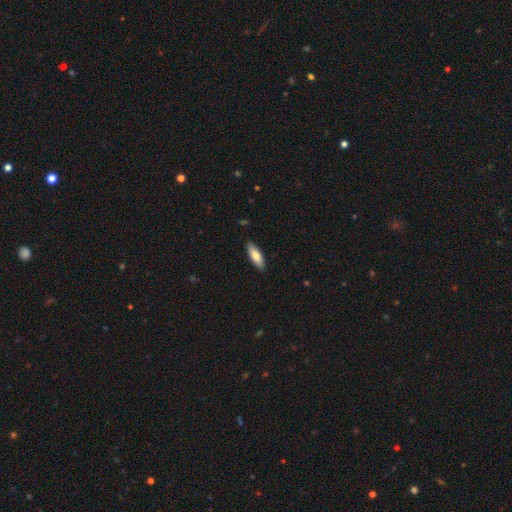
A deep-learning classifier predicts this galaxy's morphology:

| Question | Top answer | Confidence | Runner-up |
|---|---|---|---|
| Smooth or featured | smooth | 75% | featured or disk (20%) |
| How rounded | in between | 57% | cigar-shaped (41%) |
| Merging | none | 89% | minor disturbance (8%) |